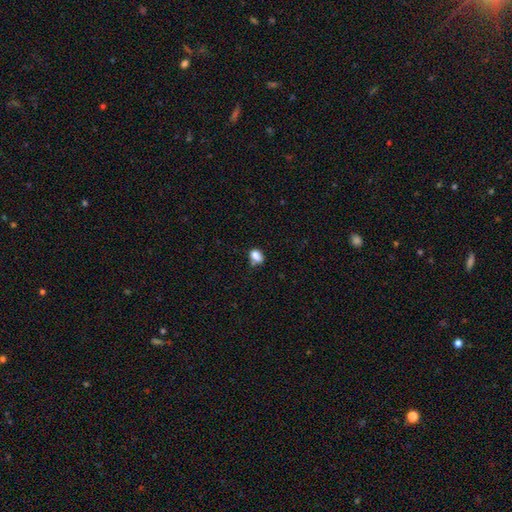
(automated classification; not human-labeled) Smooth or featured?
  - smooth: 81% *
  - star or artifact: 11%
  - featured or disk: 8%
How rounded?
  - in between: 69% *
  - round: 29%
  - cigar-shaped: 2%
Merging?
  - none: 48% *
  - minor disturbance: 25%
  - merger: 18%
  - major disturbance: 9%